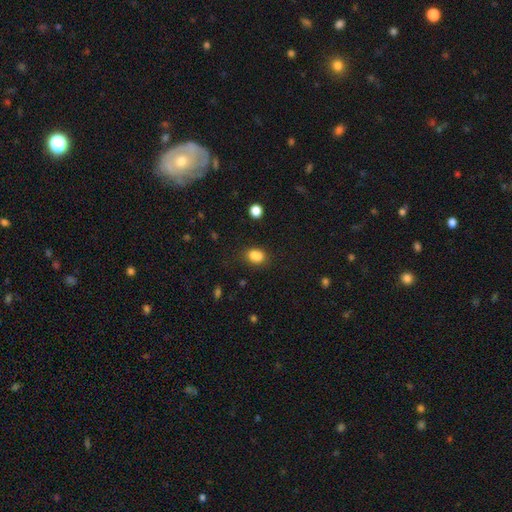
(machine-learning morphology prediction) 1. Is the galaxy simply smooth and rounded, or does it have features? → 82% smooth, 12% star or artifact, 7% featured or disk.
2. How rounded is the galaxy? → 68% in between, 30% round, 2% cigar-shaped.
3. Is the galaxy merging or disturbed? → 58% none, 19% minor disturbance, 17% merger, 6% major disturbance.